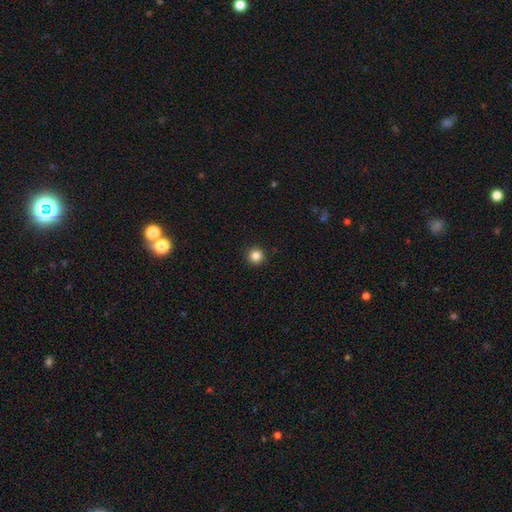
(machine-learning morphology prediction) This is clearly a smooth galaxy (84%). How rounded: clearly round (96%). Merging: clearly none (93%).